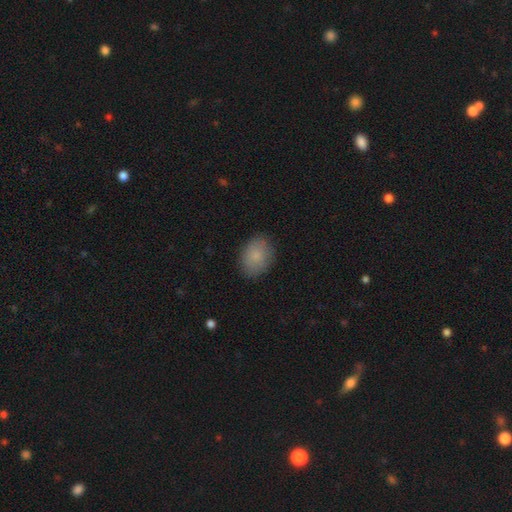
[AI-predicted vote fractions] A smooth galaxy with no disk features (85%) that is in between round and cigar-shaped (71%). Merging: none (85%).